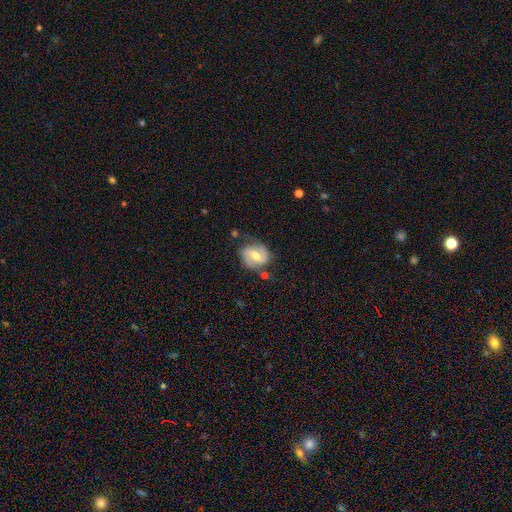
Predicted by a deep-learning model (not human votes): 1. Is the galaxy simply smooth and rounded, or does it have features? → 74% featured or disk, 20% smooth, 6% star or artifact.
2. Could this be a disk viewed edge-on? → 97% no, 3% yes.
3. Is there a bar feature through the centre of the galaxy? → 47% weak, 33% strong, 21% no.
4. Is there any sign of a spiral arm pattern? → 89% yes, 11% no.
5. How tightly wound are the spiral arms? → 47% medium, 28% tight, 24% loose.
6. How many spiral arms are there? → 86% 2, 7% can't tell, 3% 1, 1% 3, 1% 4, 1% more than 4.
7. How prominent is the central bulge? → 66% moderate, 27% small, 4% large, 1% none, 1% dominant.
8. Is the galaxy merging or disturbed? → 66% none, 21% minor disturbance, 7% major disturbance, 5% merger.